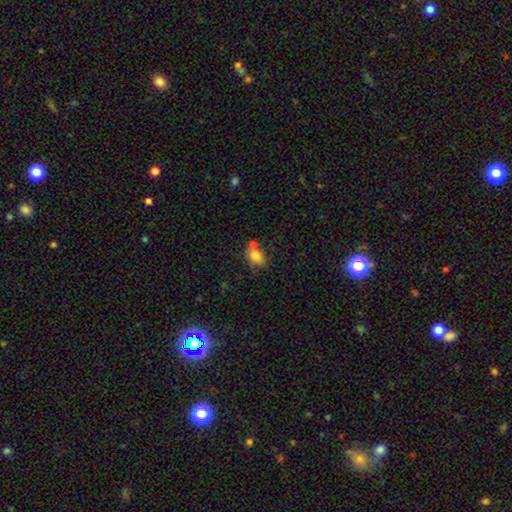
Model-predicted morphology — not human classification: smooth 78%, featured or disk 13%, star or artifact 10%. Down the decision tree: how rounded — in between (64%); merging — none (46%).